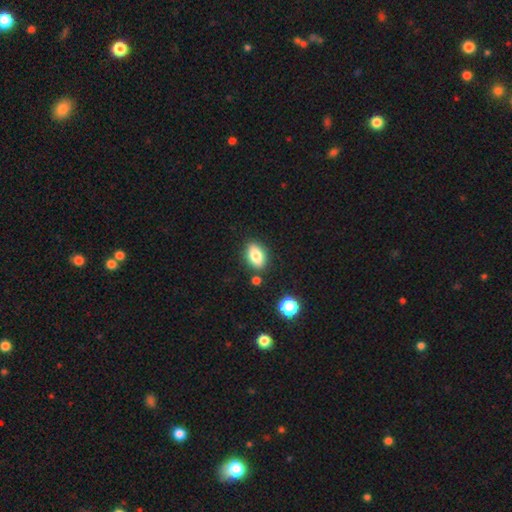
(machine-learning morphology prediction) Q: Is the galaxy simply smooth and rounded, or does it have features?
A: smooth — 79%.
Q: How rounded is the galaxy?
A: in between — 86%.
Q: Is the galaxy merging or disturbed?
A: none — 81%.